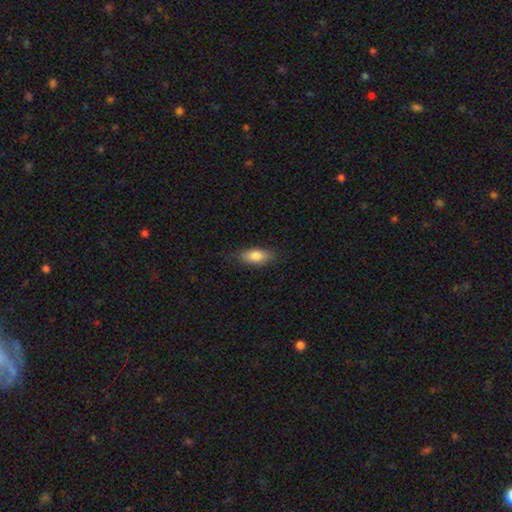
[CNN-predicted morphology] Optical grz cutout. It shows a smooth galaxy with no disk features (82%) that is in between round and cigar-shaped (83%). Merging: none (79%).